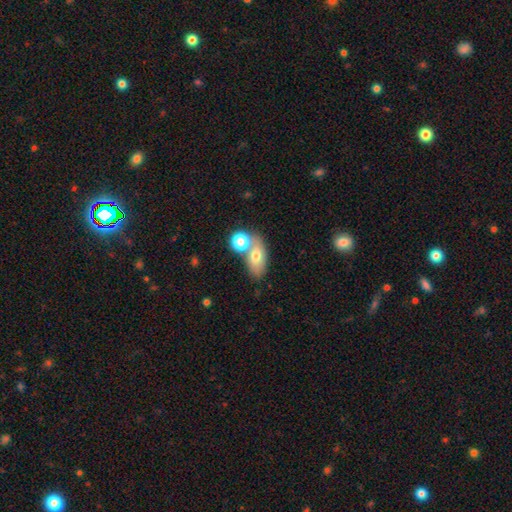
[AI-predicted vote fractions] A smooth galaxy with no disk features (69%) that is in between round and cigar-shaped (83%).

Vote fractions:
- Smooth or featured? smooth: 69% / featured or disk: 21% / star or artifact: 9%
- How rounded? in between: 83% / round: 12% / cigar-shaped: 4%
- Merging? none: 43% / merger: 40% / minor disturbance: 12% / major disturbance: 5%